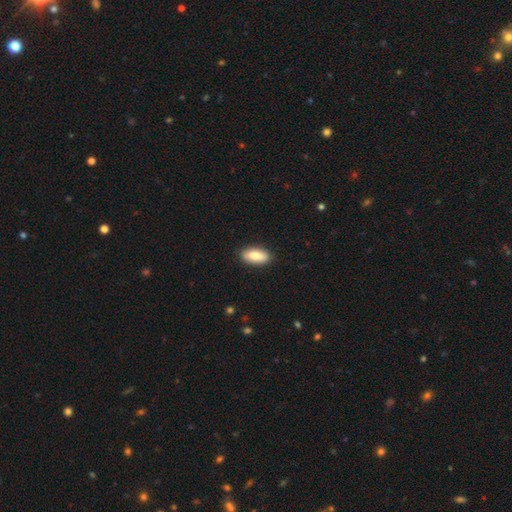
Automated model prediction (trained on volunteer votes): A smooth galaxy with no disk features (83%) that is in between round and cigar-shaped (88%). Merging: none (89%).